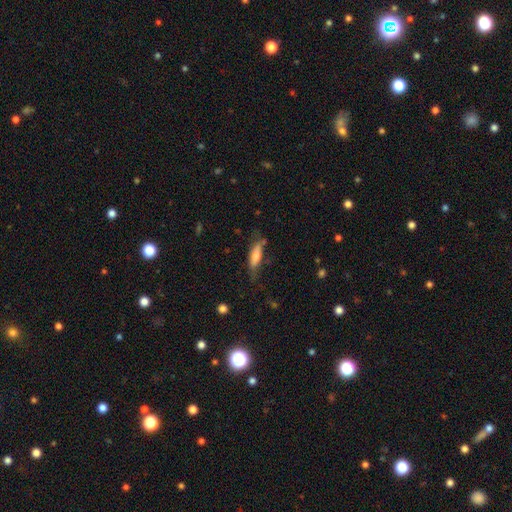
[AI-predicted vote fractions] smooth 61%, featured or disk 31%, star or artifact 7%. Down the decision tree: how rounded — cigar-shaped (57%); merging — none (55%).